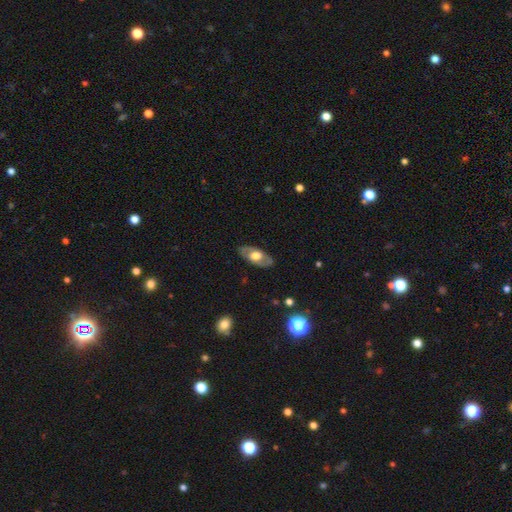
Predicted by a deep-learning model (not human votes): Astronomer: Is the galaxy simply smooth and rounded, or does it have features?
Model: featured or disk — 52% (runner-up: smooth, 42%).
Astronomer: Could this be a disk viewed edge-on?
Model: no — 79%.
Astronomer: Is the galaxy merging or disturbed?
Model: none — 83%.